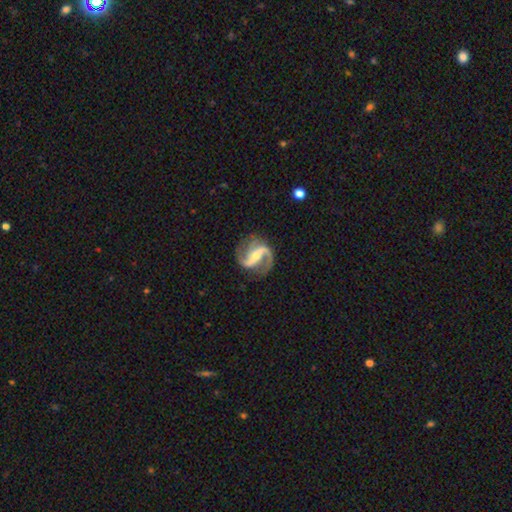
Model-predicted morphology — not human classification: Smooth or featured?
  - featured or disk: 91% *
  - star or artifact: 4%
  - smooth: 4%
Edge-on disk?
  - no: 98% *
  - yes: 2%
Bar?
  - strong: 51% *
  - weak: 31%
  - no: 18%
Spiral arms?
  - yes: 98% *
  - no: 2%
Spiral winding?
  - loose: 45% *
  - medium: 43%
  - tight: 11%
Spiral arm count?
  - 2: 90% *
  - 3: 3%
  - 1: 2%
  - can't tell: 2%
  - 4: 1%
  - more than 4: 1%
Bulge size?
  - small: 54% *
  - moderate: 38%
  - none: 4%
  - large: 3%
  - dominant: 1%
Merging?
  - none: 78% *
  - minor disturbance: 13%
  - major disturbance: 7%
  - merger: 2%